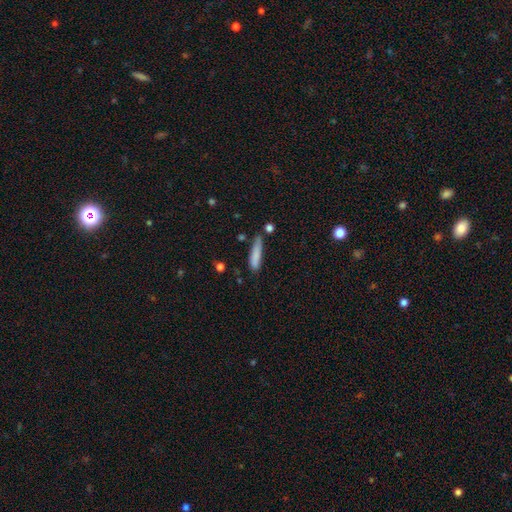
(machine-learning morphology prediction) Smooth or featured? Predicted: smooth (p=0.82). How rounded? Predicted: cigar-shaped (p=0.82). Merging? Predicted: none (p=0.61).